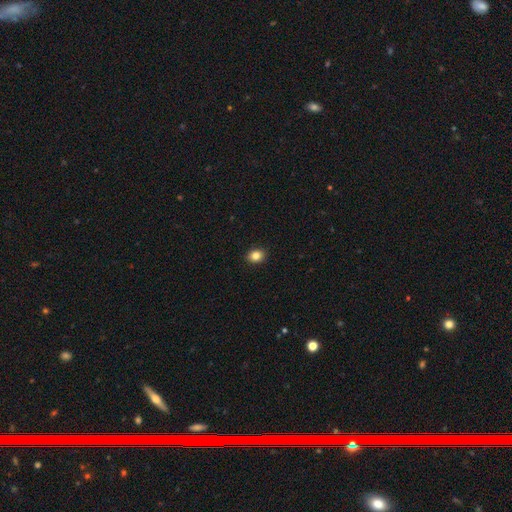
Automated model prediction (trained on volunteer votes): smooth_or_featured: smooth (p=0.84) [alt: star or artifact p=0.10]
how_rounded: round (p=0.53) [alt: in between p=0.47]
merging: none (p=0.90) [alt: minor disturbance p=0.07]